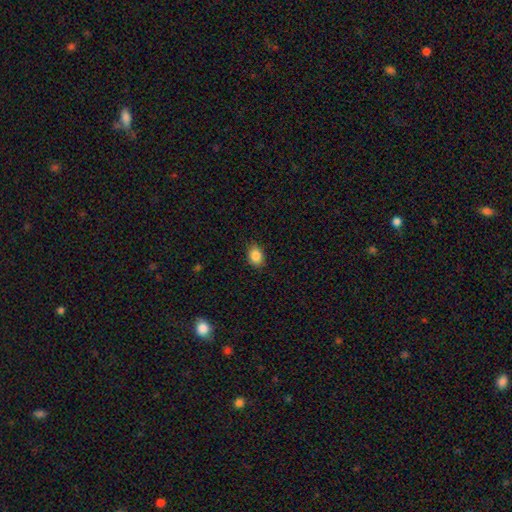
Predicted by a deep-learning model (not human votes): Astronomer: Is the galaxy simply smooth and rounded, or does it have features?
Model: smooth — 87%.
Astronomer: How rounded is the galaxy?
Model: in between — 65%.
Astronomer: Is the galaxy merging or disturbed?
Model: none — 88%.